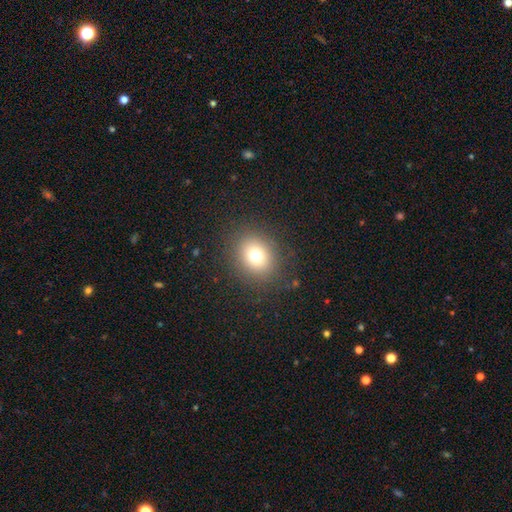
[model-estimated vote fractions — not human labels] Smooth or featured? smooth (74%)
How rounded? round (64%)
Merging? none (86%)